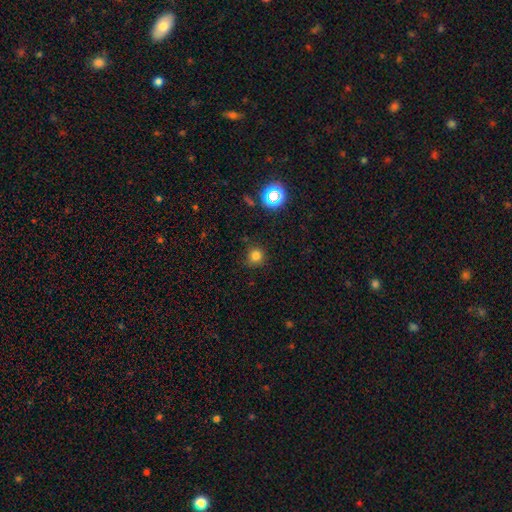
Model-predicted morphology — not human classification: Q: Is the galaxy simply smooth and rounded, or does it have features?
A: smooth — 77%.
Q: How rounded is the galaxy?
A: round — 92%.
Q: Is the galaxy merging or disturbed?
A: none — 82%.